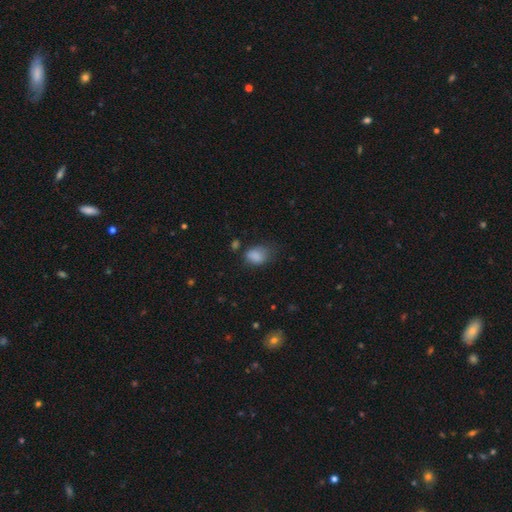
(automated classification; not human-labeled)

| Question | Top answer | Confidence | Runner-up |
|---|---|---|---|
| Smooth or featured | smooth | 83% | star or artifact (10%) |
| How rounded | in between | 74% | round (25%) |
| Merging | none | 44% | minor disturbance (36%) |